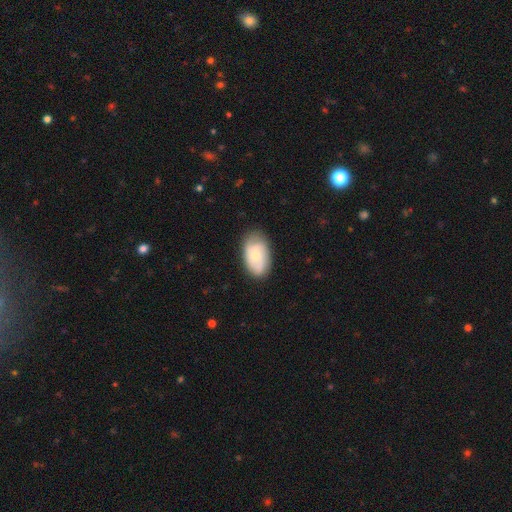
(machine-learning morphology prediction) type=smooth (47%, tied with featured or disk); merging=none (73%).